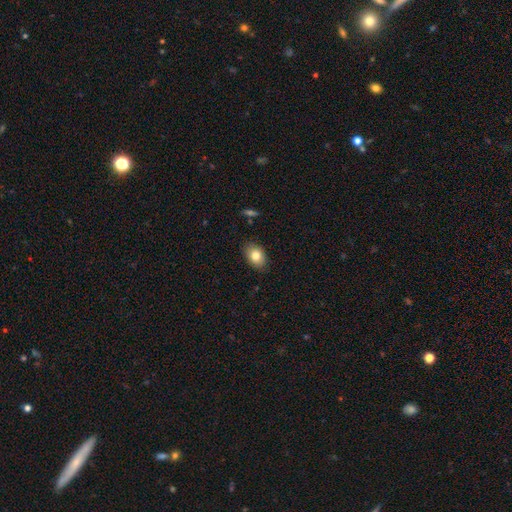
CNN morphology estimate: type=smooth (81%); roundness=in between (80%); merging=none (87%).